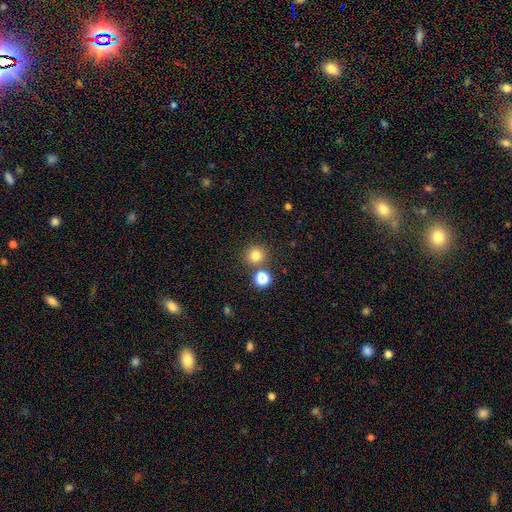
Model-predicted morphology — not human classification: smooth_or_featured: smooth (p=0.79) [alt: star or artifact p=0.15]
how_rounded: round (p=0.93) [alt: in between p=0.06]
merging: none (p=0.79) [alt: merger p=0.12]